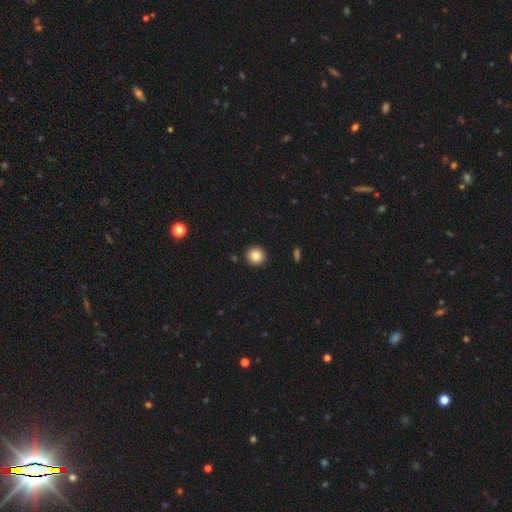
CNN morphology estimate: smooth 84%, star or artifact 10%, featured or disk 6%. Down the decision tree: how rounded — round (94%); merging — none (93%).